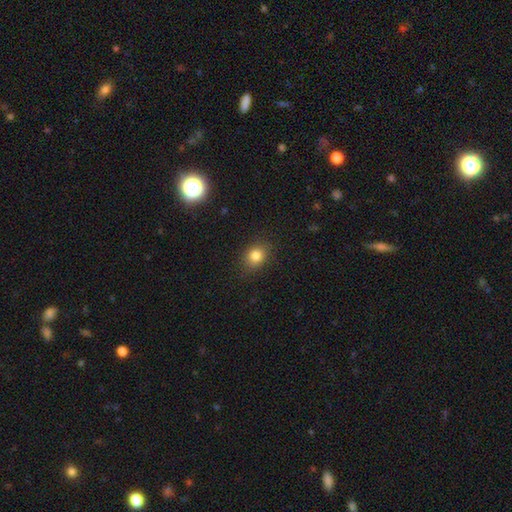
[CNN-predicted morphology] smooth 82%, star or artifact 12%, featured or disk 7%. Down the decision tree: how rounded — round (55%); merging — none (87%).